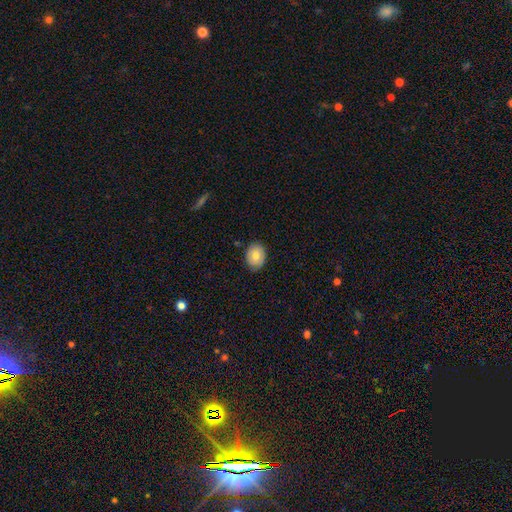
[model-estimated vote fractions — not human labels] Smooth or featured: smooth — 70% (featured or disk — 22%)
How rounded: in between — 53% (round — 46%)
Merging: none — 79% (minor disturbance — 17%)